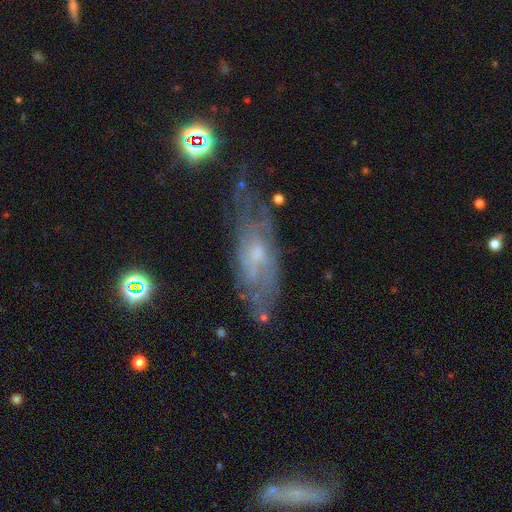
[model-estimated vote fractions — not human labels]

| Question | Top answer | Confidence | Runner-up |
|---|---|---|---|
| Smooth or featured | featured or disk | 69% | smooth (22%) |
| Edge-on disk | no | 80% | yes (20%) |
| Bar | no | 68% | weak (28%) |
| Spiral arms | yes | 71% | no (29%) |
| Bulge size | small | 53% | moderate (37%) |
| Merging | none | 56% | minor disturbance (25%) |